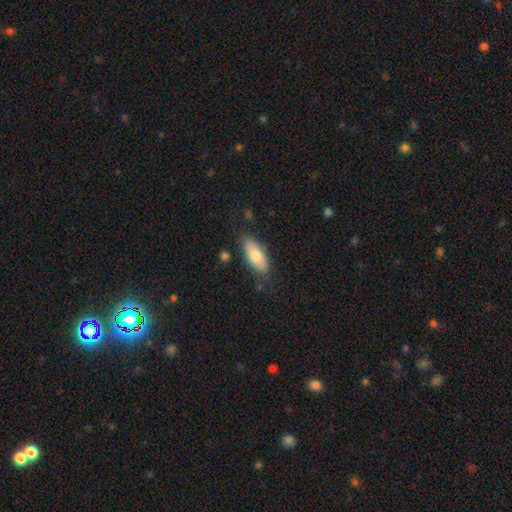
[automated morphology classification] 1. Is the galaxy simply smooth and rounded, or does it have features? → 75% smooth, 19% featured or disk, 6% star or artifact.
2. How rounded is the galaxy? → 82% in between, 16% cigar-shaped, 2% round.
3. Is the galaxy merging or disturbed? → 77% none, 18% minor disturbance, 3% major disturbance, 2% merger.